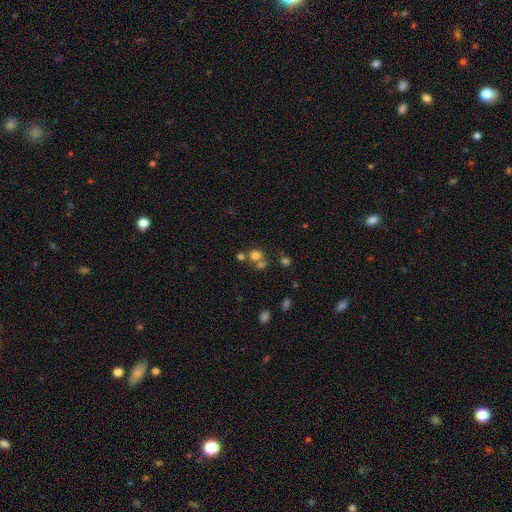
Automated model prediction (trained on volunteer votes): smooth-or-featured: smooth: 71% | star or artifact: 18% | featured or disk: 11%
  how-rounded: round: 85% | in between: 14% | cigar-shaped: 1%
  merging: none: 53% | merger: 35% | minor disturbance: 8% | major disturbance: 4%